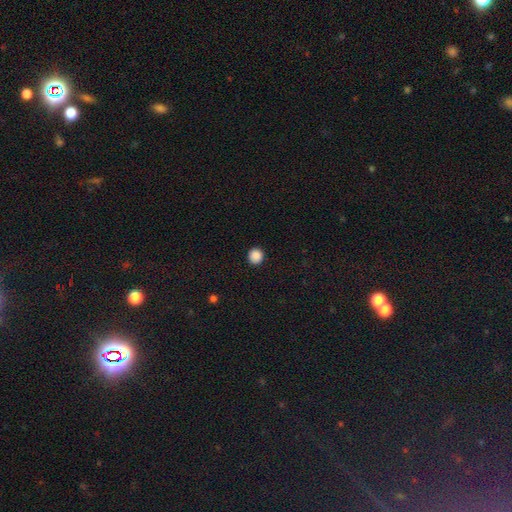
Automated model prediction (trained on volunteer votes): This is clearly a smooth galaxy (88%). How rounded: clearly round (91%). Merging: clearly none (92%).